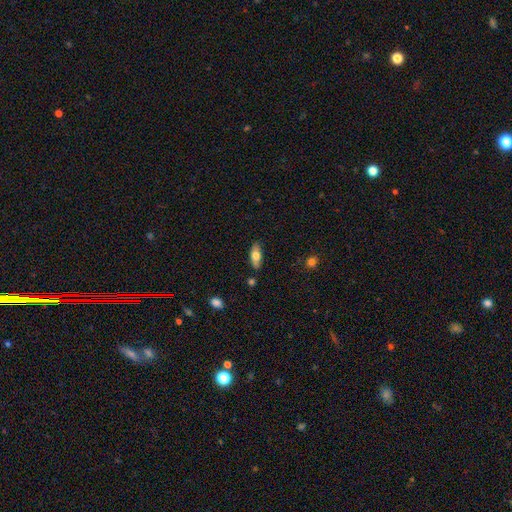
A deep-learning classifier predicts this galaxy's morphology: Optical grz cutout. It shows a smooth galaxy with no disk features (68%) that is in between round and cigar-shaped (79%). Merging: none (82%).